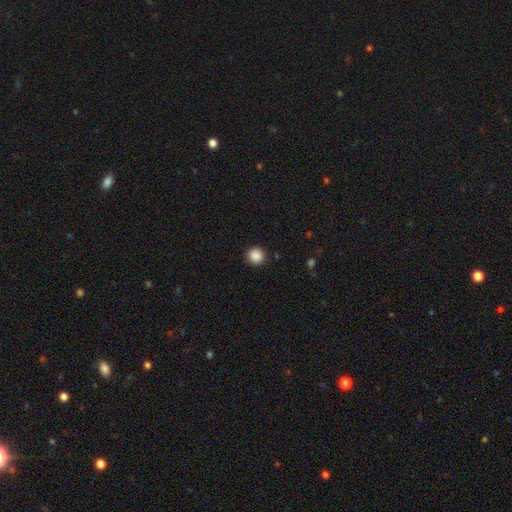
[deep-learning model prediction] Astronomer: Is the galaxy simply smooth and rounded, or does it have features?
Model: smooth — 88%.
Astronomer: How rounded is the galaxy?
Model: round — 93%.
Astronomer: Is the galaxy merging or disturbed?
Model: none — 91%.